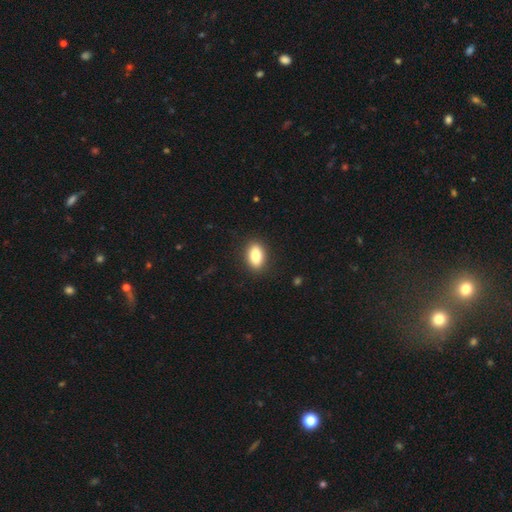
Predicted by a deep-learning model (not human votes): Morphology: type=smooth (86%); roundness=in between (89%); merging=none (88%).